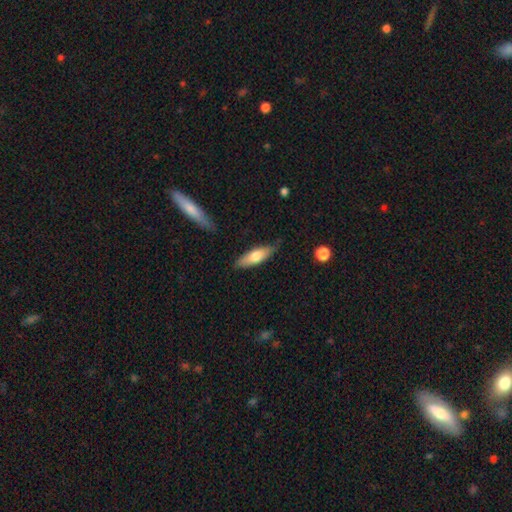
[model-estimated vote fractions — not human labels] The model was most divided on "how rounded": cigar-shaped: 52%, in between: 46%, round: 2%. More confident: merging — none (81%); smooth or featured — smooth (67%).